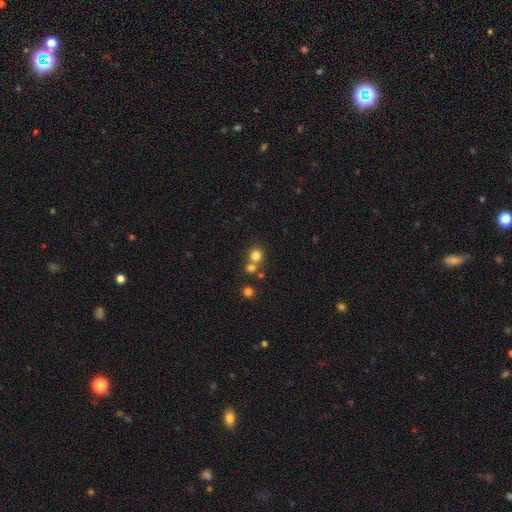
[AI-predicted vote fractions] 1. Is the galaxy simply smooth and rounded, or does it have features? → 79% smooth, 13% star or artifact, 8% featured or disk.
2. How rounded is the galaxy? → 87% round, 12% in between, 1% cigar-shaped.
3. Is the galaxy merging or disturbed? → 56% none, 34% merger, 7% minor disturbance, 3% major disturbance.